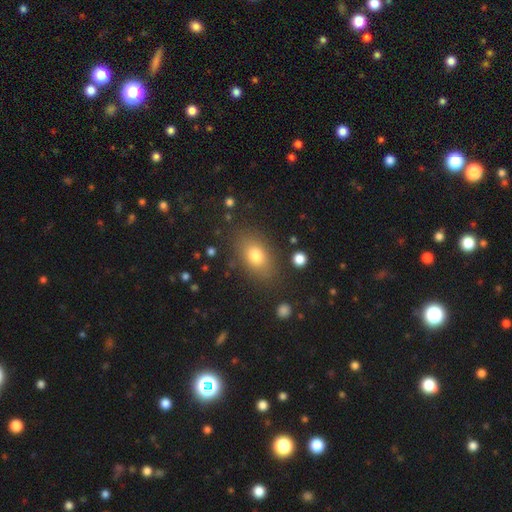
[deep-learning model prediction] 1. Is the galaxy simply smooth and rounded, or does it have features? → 76% smooth, 13% featured or disk, 11% star or artifact.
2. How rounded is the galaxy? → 82% in between, 15% round, 3% cigar-shaped.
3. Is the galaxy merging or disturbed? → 81% none, 12% minor disturbance, 4% major disturbance, 2% merger.